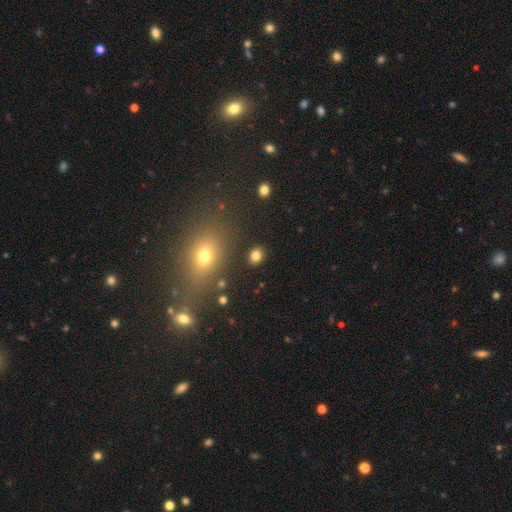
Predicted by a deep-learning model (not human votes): Overall: smooth (81%). How rounded: in between (55%; round 43%). Merging: none (86%).